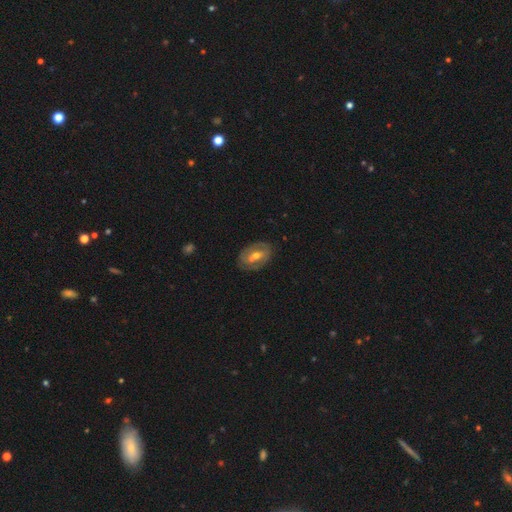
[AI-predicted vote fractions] Q: Smooth or featured?
A: featured or disk (62%); runner-up: smooth (31%)
Q: Edge-on disk?
A: no (92%); runner-up: yes (8%)
Q: Bar?
A: weak (37%); runner-up: strong (32%)
Q: Spiral arms?
A: no (59%); runner-up: yes (41%)
Q: Bulge size?
A: moderate (65%); runner-up: small (29%)
Q: Merging?
A: none (76%); runner-up: minor disturbance (16%)